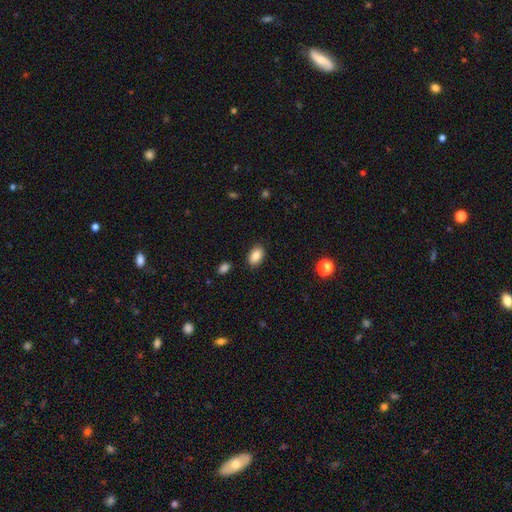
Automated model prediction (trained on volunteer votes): The model was most divided on "merging": none: 87%, minor disturbance: 9%, major disturbance: 2%, merger: 2%. More confident: how rounded — in between (90%); smooth or featured — smooth (87%).